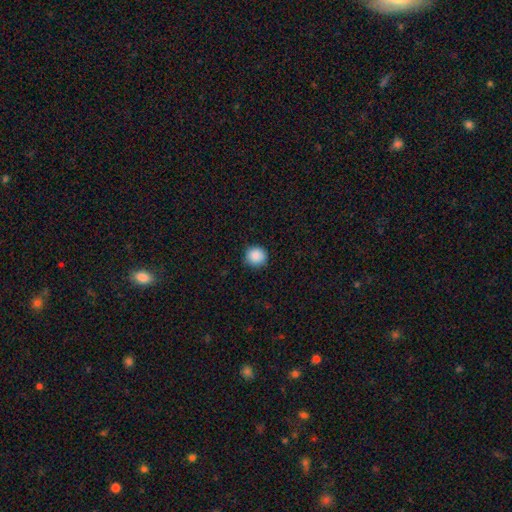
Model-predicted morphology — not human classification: smooth-or-featured: smooth: 89% | star or artifact: 9% | featured or disk: 3%
  how-rounded: round: 93% | in between: 6% | cigar-shaped: 1%
  merging: none: 89% | minor disturbance: 8% | major disturbance: 2% | merger: 1%